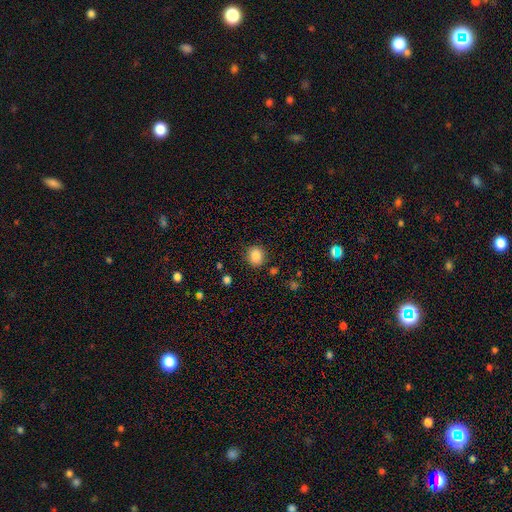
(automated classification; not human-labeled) A smooth galaxy with no disk features (86%) that is round (81%).

Vote fractions:
- Smooth or featured? smooth: 86% / star or artifact: 10% / featured or disk: 4%
- How rounded? round: 81% / in between: 18% / cigar-shaped: 1%
- Merging? none: 86% / minor disturbance: 9% / major disturbance: 3% / merger: 2%